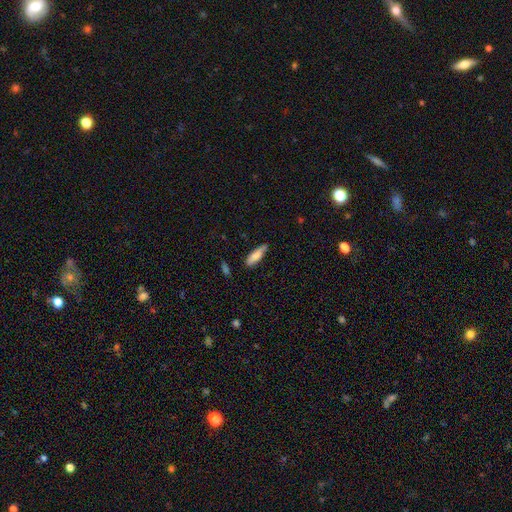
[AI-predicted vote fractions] Smooth or featured?
  - smooth: 81% *
  - featured or disk: 13%
  - star or artifact: 6%
How rounded?
  - cigar-shaped: 55% *
  - in between: 44%
  - round: 2%
Merging?
  - none: 67% *
  - minor disturbance: 26%
  - major disturbance: 4%
  - merger: 2%